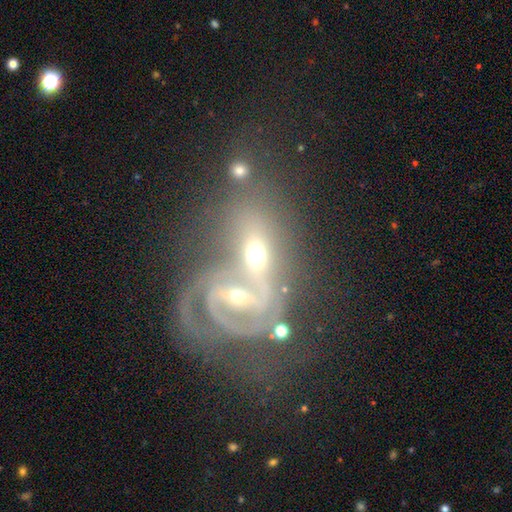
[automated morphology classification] A featured or disk galaxy (71%) with a strong bar (40%), 2 (68%) medium (45%) spiral arms (85%) and a small central bulge (52%). Merging: merger (52%).